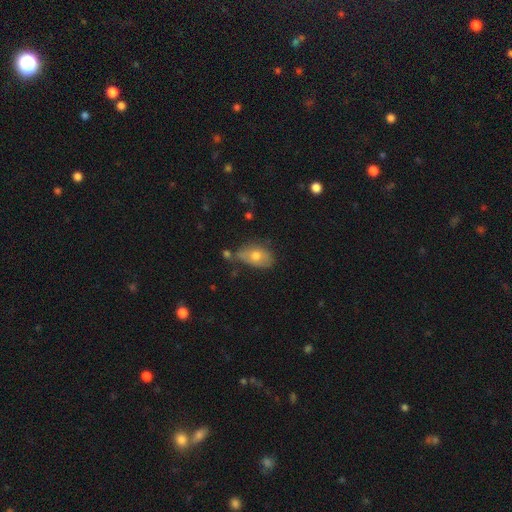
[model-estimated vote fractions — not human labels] A smooth galaxy with no disk features (68%) that is in between round and cigar-shaped (85%).

Vote fractions:
- Smooth or featured? smooth: 68% / featured or disk: 22% / star or artifact: 10%
- How rounded? in between: 85% / round: 12% / cigar-shaped: 2%
- Merging? none: 47% / minor disturbance: 31% / merger: 12% / major disturbance: 10%